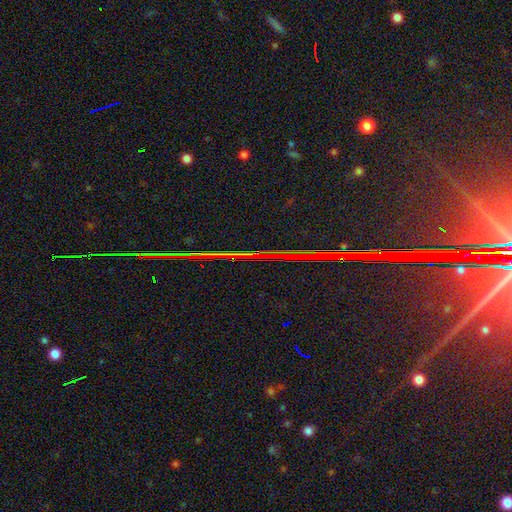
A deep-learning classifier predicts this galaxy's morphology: Overall: star or artifact (86%).